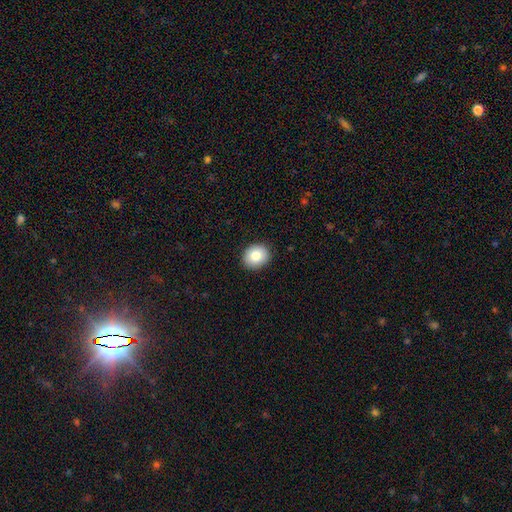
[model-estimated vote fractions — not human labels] Overall: smooth (83%). How rounded: round (67%; in between 32%). Merging: none (90%).